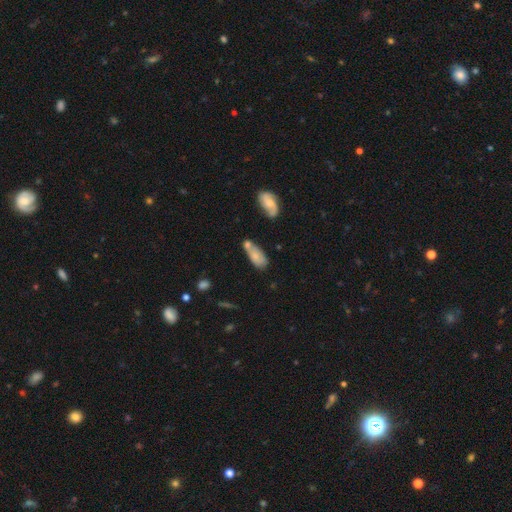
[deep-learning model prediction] Smooth or featured? Predicted: smooth (p=0.71). How rounded? Predicted: in between (p=0.82). Merging? Predicted: none (p=0.35).